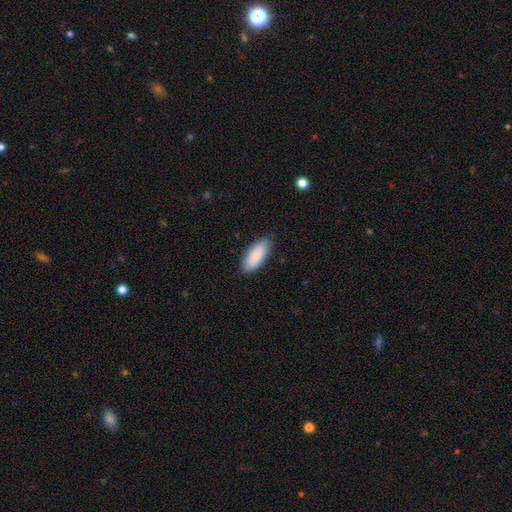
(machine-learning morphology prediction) Overall: smooth (86%). How rounded: in between (85%). Merging: none (85%).